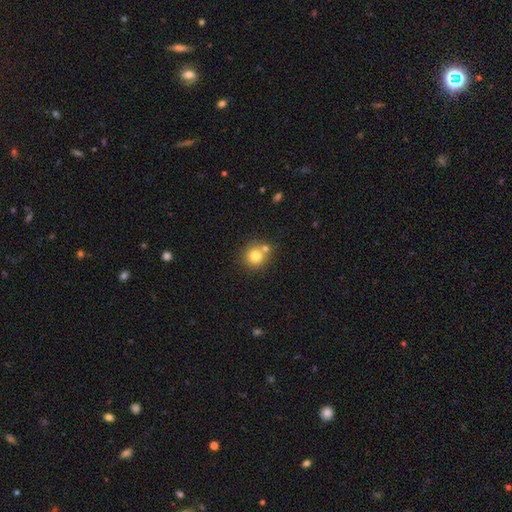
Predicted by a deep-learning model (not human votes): smooth 77%, featured or disk 12%, star or artifact 11%. Down the decision tree: how rounded — round (89%); merging — none (61%).